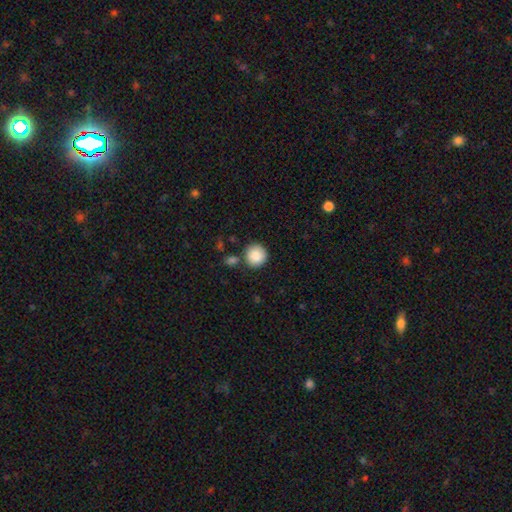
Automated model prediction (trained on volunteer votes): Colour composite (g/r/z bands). It shows a smooth galaxy with no disk features (87%) that is round (93%). Merging: none (81%).